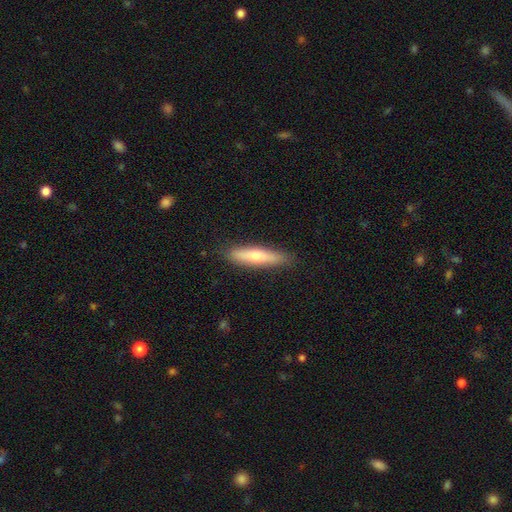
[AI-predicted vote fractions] A smooth galaxy with no disk features (56%) that is cigar-shaped (85%). Merging: none (88%).